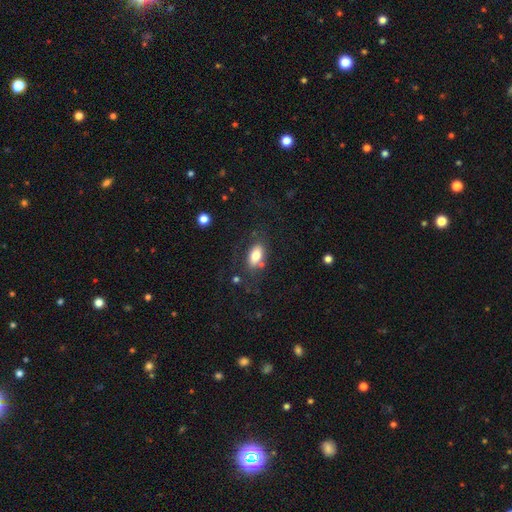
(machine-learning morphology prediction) A smooth galaxy with no disk features (77%) that is in between round and cigar-shaped (90%).

Vote fractions:
- Smooth or featured? smooth: 77% / featured or disk: 15% / star or artifact: 8%
- How rounded? in between: 90% / round: 6% / cigar-shaped: 4%
- Merging? none: 65% / minor disturbance: 17% / major disturbance: 10% / merger: 7%